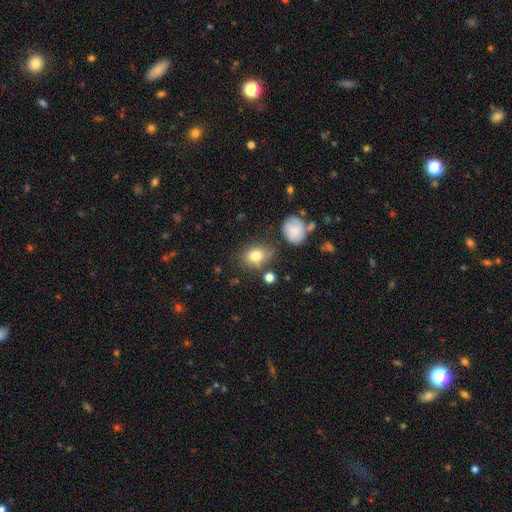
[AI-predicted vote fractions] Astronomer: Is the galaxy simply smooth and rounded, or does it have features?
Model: smooth — 78%.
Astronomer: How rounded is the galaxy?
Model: in between — 62% (runner-up: round, 37%).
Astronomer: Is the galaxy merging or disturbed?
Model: none — 61%.